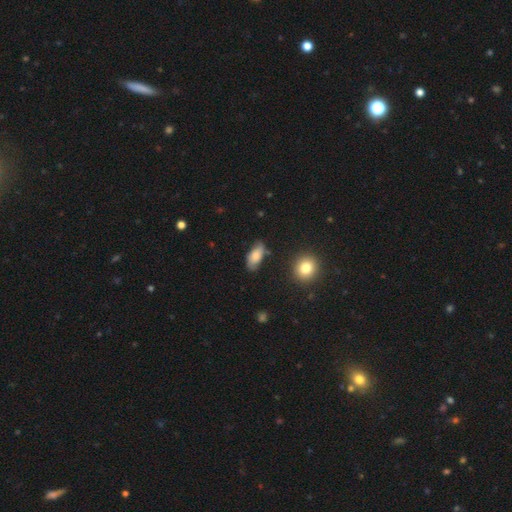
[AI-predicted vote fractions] Q: Smooth or featured?
A: smooth (75%); runner-up: featured or disk (17%)
Q: How rounded?
A: in between (88%); runner-up: cigar-shaped (8%)
Q: Merging?
A: none (73%); runner-up: minor disturbance (20%)